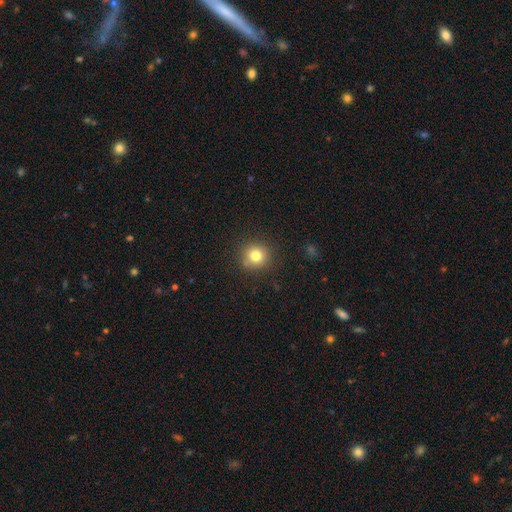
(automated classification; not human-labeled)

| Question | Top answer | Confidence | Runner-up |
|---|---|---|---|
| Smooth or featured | smooth | 80% | star or artifact (12%) |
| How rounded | round | 93% | in between (6%) |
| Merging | none | 88% | minor disturbance (7%) |